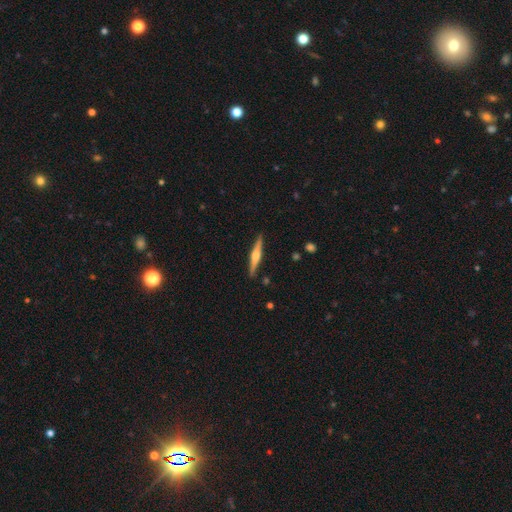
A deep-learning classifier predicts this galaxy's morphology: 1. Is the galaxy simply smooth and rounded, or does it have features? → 70% featured or disk, 25% smooth, 5% star or artifact.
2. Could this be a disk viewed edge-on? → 98% yes, 2% no.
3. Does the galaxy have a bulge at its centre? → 81% rounded, 15% boxy, 5% none.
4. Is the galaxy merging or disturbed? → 90% none, 7% minor disturbance, 2% major disturbance, 1% merger.